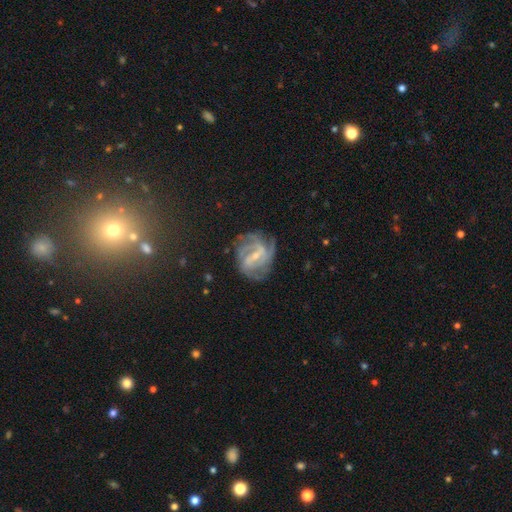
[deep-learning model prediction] Q: Smooth or featured?
A: featured or disk (87%); runner-up: star or artifact (7%)
Q: Edge-on disk?
A: no (98%); runner-up: yes (2%)
Q: Bar?
A: weak (47%); runner-up: strong (38%)
Q: Spiral arms?
A: yes (97%); runner-up: no (3%)
Q: Spiral winding?
A: tight (50%); runner-up: medium (41%)
Q: Spiral arm count?
A: 3 (35%); runner-up: 4 (18%)
Q: Bulge size?
A: small (62%); runner-up: moderate (32%)
Q: Merging?
A: none (69%); runner-up: minor disturbance (19%)